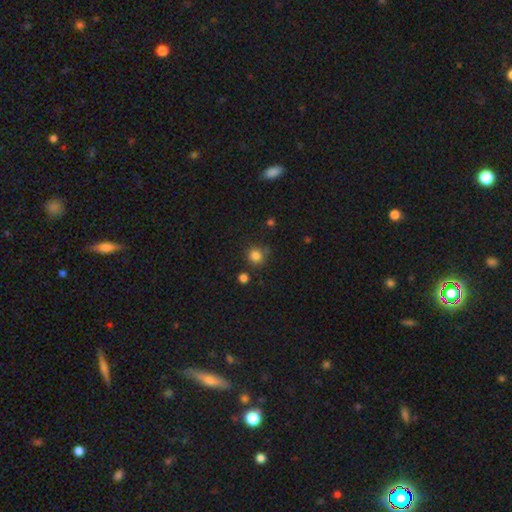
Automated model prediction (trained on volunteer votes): This appears to be a smooth galaxy with no disk features (82%) that is round (91%). Merging: none (77%).